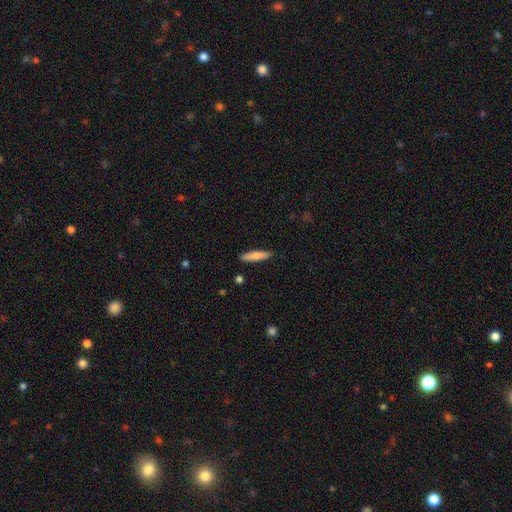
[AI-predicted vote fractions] This appears to be a smooth galaxy with no disk features (75%) that is cigar-shaped (85%). Merging: none (90%).